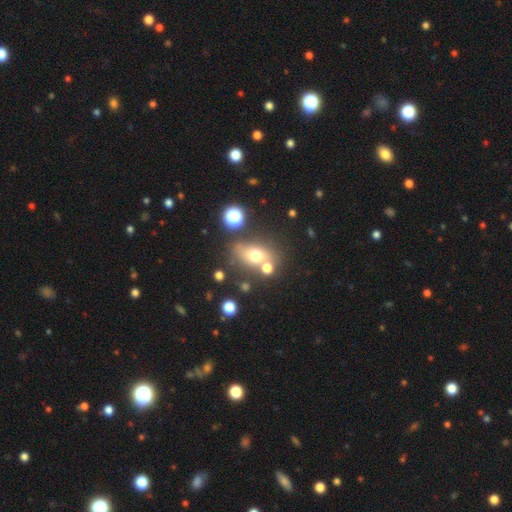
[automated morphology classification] smooth-or-featured: smooth: 63% | featured or disk: 20% | star or artifact: 17%
  how-rounded: in between: 62% | round: 34% | cigar-shaped: 4%
  merging: none: 60% | merger: 17% | minor disturbance: 15% | major disturbance: 7%